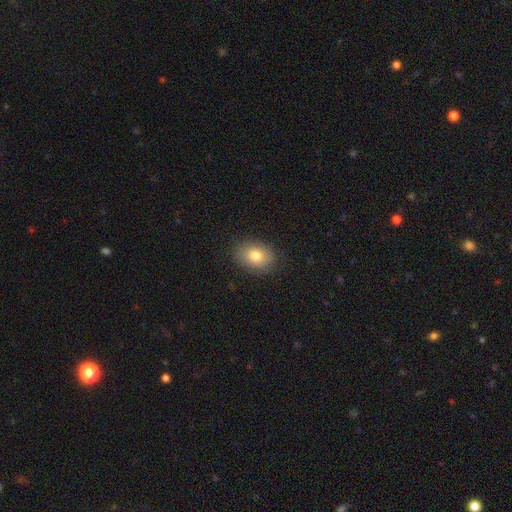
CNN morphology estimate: This is likely a smooth galaxy (80%). How rounded: likely in between (72%). Merging: clearly none (84%).